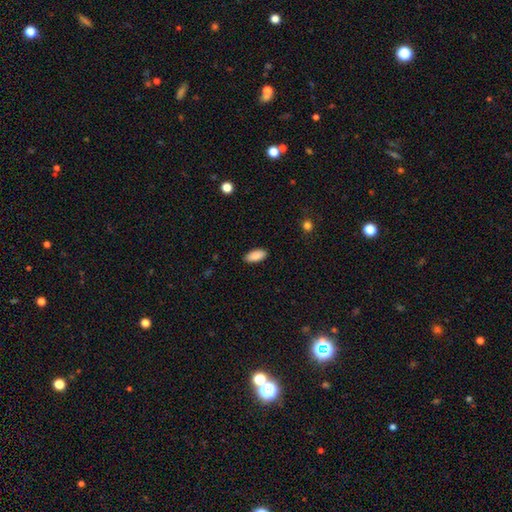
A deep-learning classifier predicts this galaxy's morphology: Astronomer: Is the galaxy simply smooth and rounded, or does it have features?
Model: smooth — 90%.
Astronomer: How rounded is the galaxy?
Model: in between — 90%.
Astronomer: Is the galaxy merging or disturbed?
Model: none — 88%.